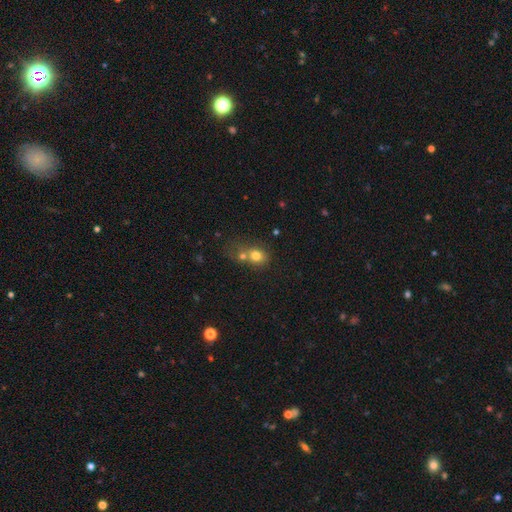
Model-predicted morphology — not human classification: A smooth galaxy with no disk features (74%) that is round (61%).

Vote fractions:
- Smooth or featured? smooth: 74% / featured or disk: 13% / star or artifact: 12%
- How rounded? round: 61% / in between: 38% / cigar-shaped: 1%
- Merging? merger: 53% / none: 31% / minor disturbance: 10% / major disturbance: 6%